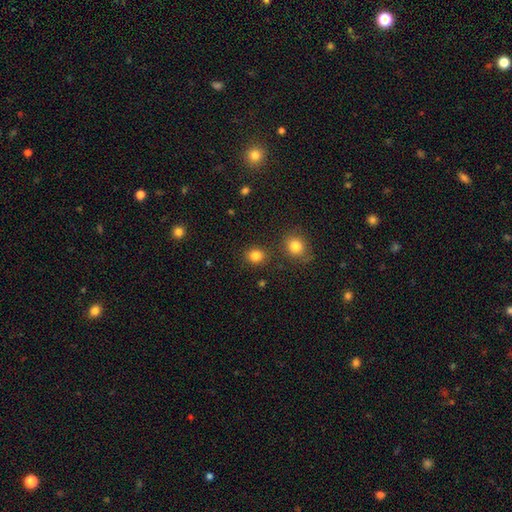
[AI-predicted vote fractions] A smooth galaxy with no disk features (84%) that is round (75%). Merging: none (84%).